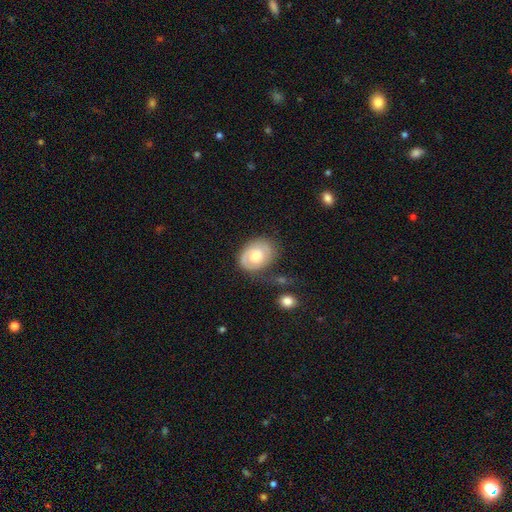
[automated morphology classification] featured or disk 55%, smooth 39%, star or artifact 6%. Down the decision tree: edge-on disk — no (97%); bar — no (77%); spiral arms — yes (76%); bulge size — moderate (56%); merging — none (63%).